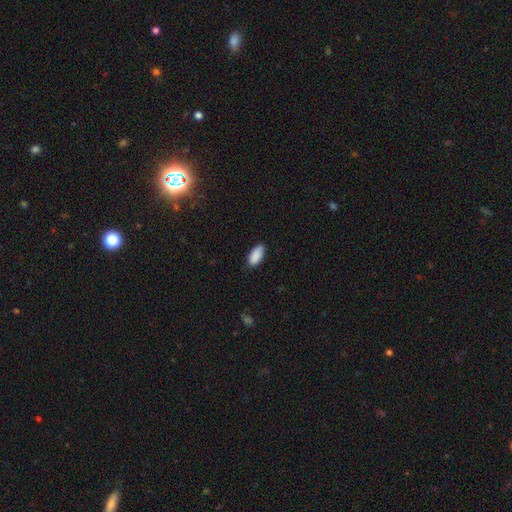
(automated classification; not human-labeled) This appears to be a smooth galaxy with no disk features (90%) that is in between round and cigar-shaped (91%). Merging: none (84%).